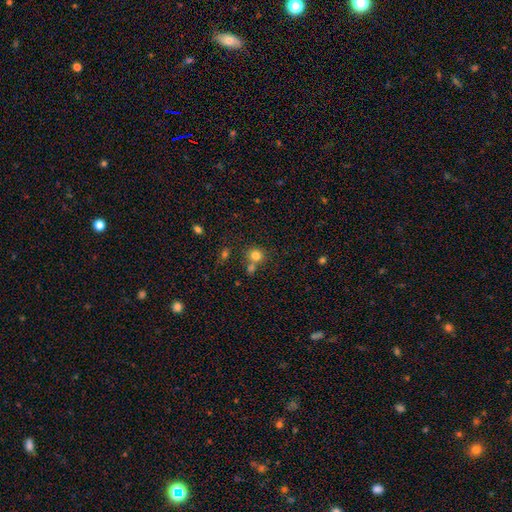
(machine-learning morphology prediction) The model was most divided on "merging": none: 60%, merger: 27%, minor disturbance: 9%, major disturbance: 3%. More confident: how rounded — round (85%); smooth or featured — smooth (80%).